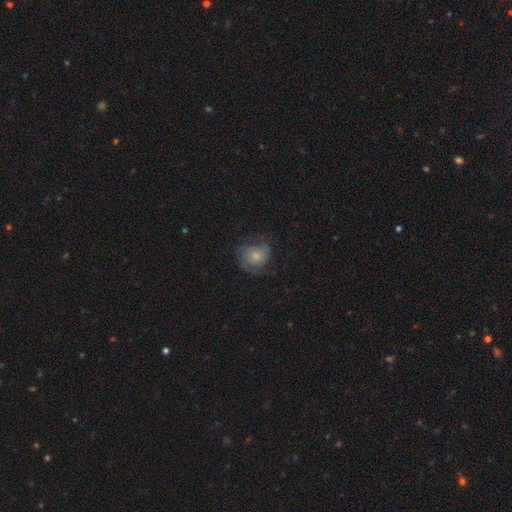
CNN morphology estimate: type=featured or disk (49%); merging=none (61%).